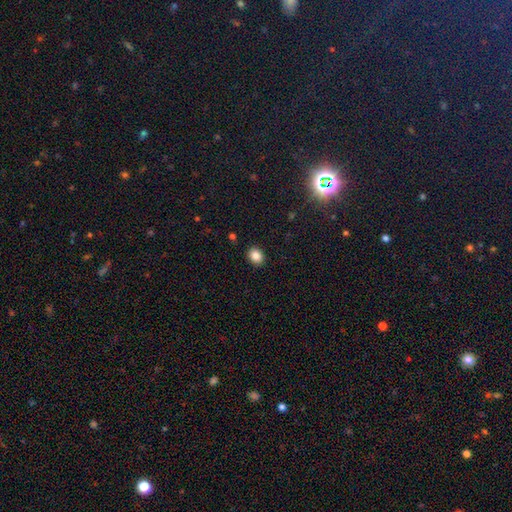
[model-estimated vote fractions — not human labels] Q: Smooth or featured?
A: smooth (85%); runner-up: star or artifact (10%)
Q: How rounded?
A: in between (52%); runner-up: round (47%)
Q: Merging?
A: none (90%); runner-up: minor disturbance (7%)